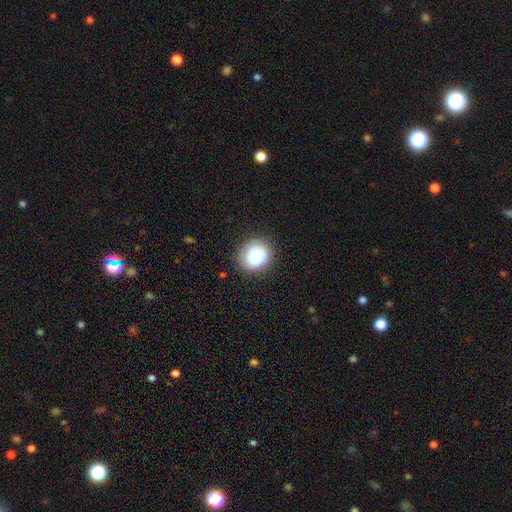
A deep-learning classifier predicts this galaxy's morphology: smooth_or_featured: smooth (p=0.83) [alt: featured or disk p=0.09]
how_rounded: round (p=0.78) [alt: in between p=0.21]
merging: none (p=0.79) [alt: minor disturbance p=0.14]